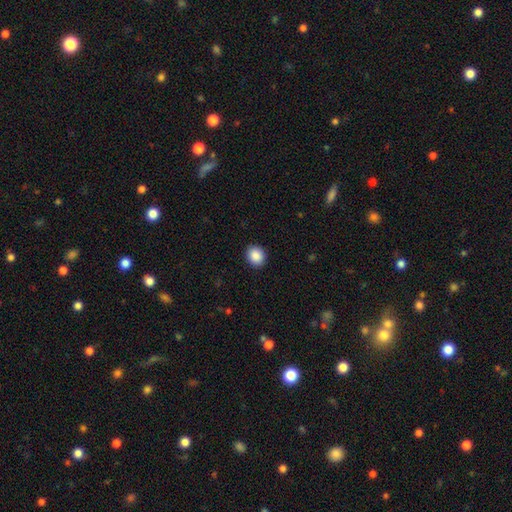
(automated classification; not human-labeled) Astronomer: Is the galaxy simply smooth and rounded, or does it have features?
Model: smooth — 89%.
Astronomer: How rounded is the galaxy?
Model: round — 74%.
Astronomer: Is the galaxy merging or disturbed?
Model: none — 91%.